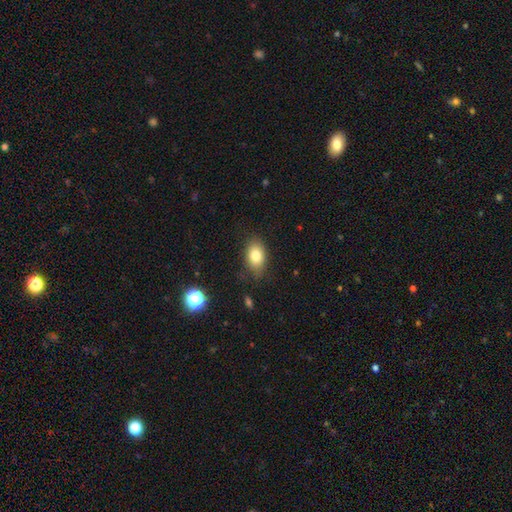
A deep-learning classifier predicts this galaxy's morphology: Smooth or featured? smooth (79%)
How rounded? in between (82%)
Merging? none (79%)